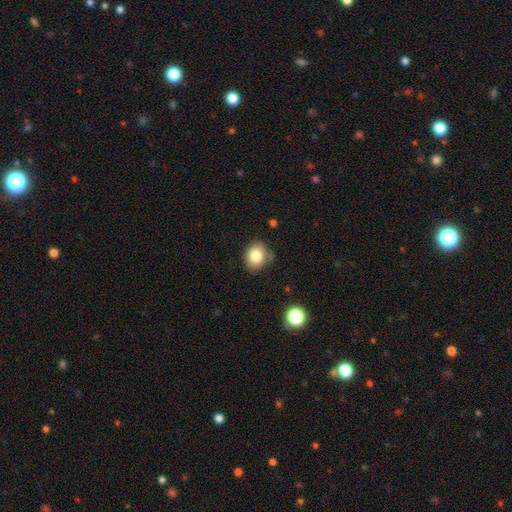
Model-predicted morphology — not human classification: Overall: smooth (81%). How rounded: round (54%; in between 45%). Merging: none (79%).